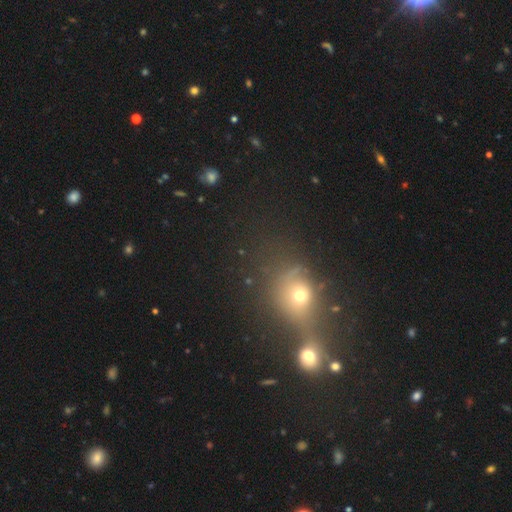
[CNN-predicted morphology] Smooth or featured? Predicted: smooth (p=0.46). Merging? Predicted: none (p=0.59).